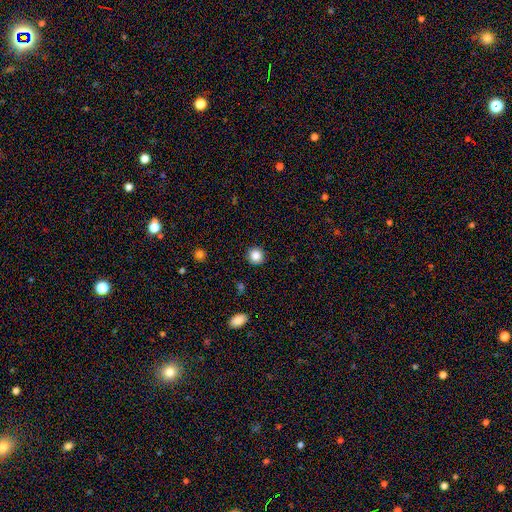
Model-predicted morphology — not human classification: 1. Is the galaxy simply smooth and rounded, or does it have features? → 86% smooth, 10% star or artifact, 4% featured or disk.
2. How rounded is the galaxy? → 93% round, 6% in between, 1% cigar-shaped.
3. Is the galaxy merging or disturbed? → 92% none, 5% minor disturbance, 2% major disturbance, 1% merger.